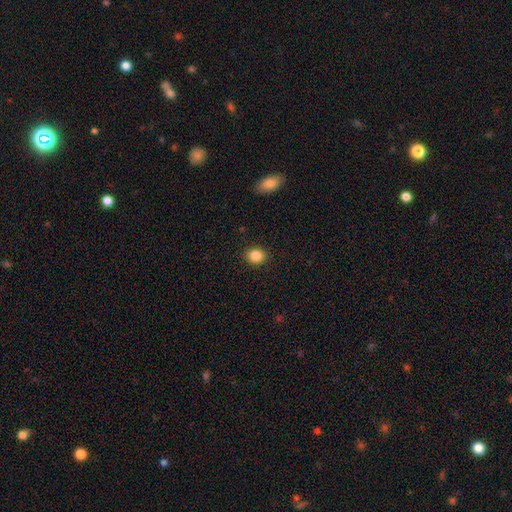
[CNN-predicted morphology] smooth_or_featured: smooth (p=0.85) [alt: star or artifact p=0.10]
how_rounded: round (p=0.66) [alt: in between p=0.33]
merging: none (p=0.91) [alt: minor disturbance p=0.06]